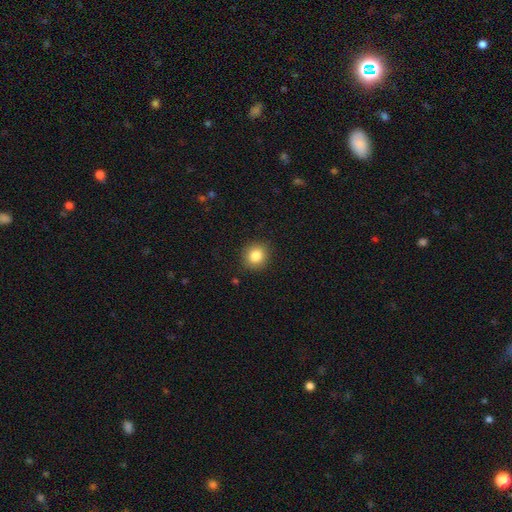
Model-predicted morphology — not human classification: A smooth galaxy with no disk features (84%) that is round (85%).

Vote fractions:
- Smooth or featured? smooth: 84% / star or artifact: 10% / featured or disk: 6%
- How rounded? round: 85% / in between: 14% / cigar-shaped: 1%
- Merging? none: 90% / minor disturbance: 7% / major disturbance: 2% / merger: 1%